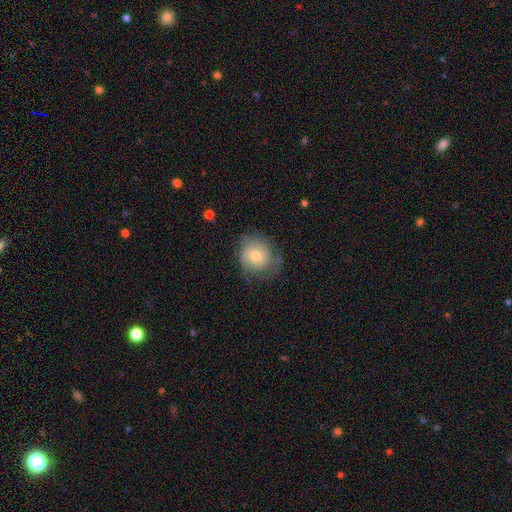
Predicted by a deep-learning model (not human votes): smooth_or_featured: featured or disk (p=0.53) [alt: smooth p=0.40]
disk_edge_on: no (p=0.97) [alt: yes p=0.03]
bar: no (p=0.71) [alt: weak p=0.25]
has_spiral_arms: yes (p=0.82) [alt: no p=0.18]
bulge_size: moderate (p=0.62) [alt: small p=0.32]
merging: none (p=0.64) [alt: minor disturbance p=0.23]